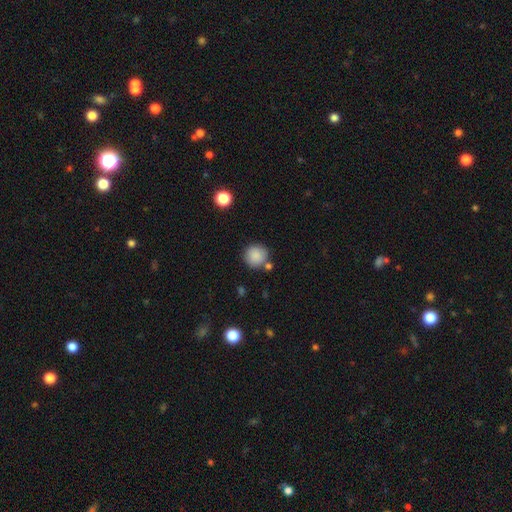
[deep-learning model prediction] Overall: smooth (87%). How rounded: round (93%). Merging: none (78%).